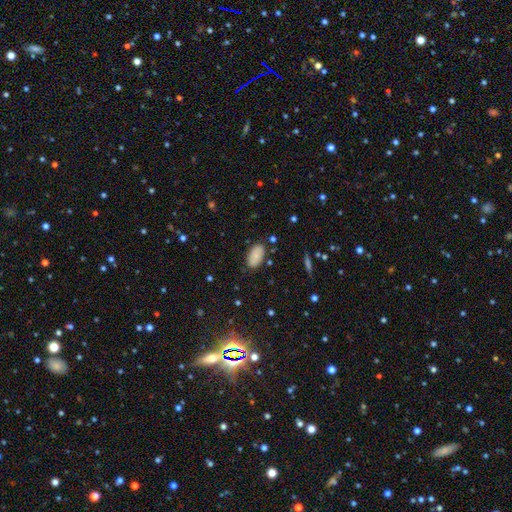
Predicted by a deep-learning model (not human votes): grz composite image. It shows a smooth galaxy with no disk features (83%) that is in between round and cigar-shaped (95%). Merging: none (83%).